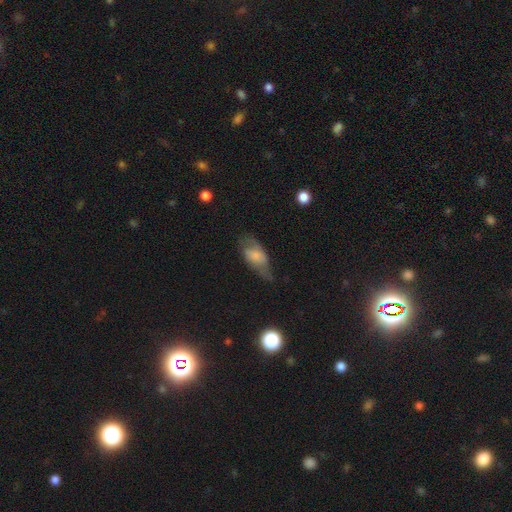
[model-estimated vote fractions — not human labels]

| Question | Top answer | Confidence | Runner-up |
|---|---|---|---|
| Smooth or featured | smooth | 51% | featured or disk (41%) |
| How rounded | in between | 86% | cigar-shaped (9%) |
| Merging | none | 48% | minor disturbance (31%) |